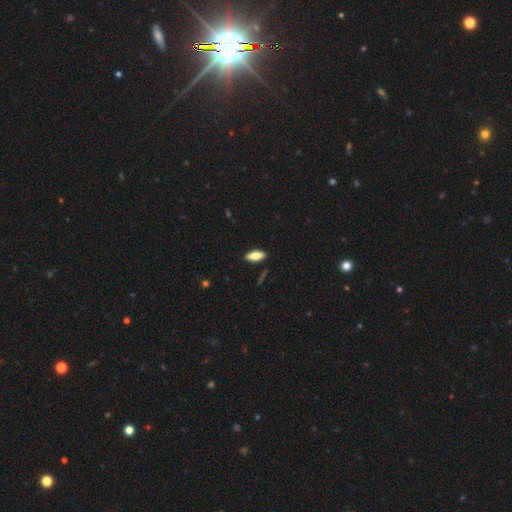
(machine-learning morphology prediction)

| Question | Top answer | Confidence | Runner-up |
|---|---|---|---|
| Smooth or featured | smooth | 71% | featured or disk (22%) |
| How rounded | in between | 73% | cigar-shaped (24%) |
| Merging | none | 87% | minor disturbance (9%) |